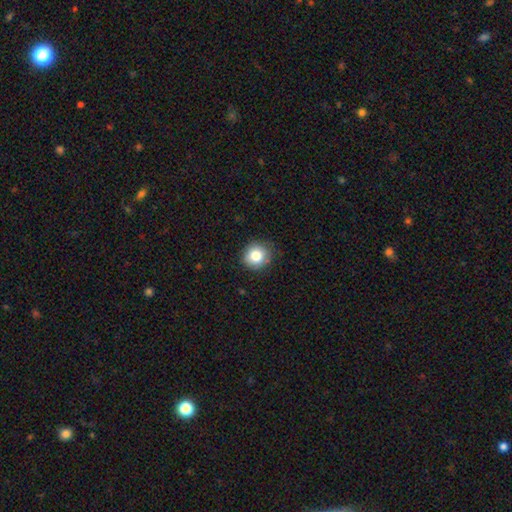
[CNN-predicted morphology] This appears to be a smooth galaxy with no disk features (81%) that is round (89%). Merging: none (84%).